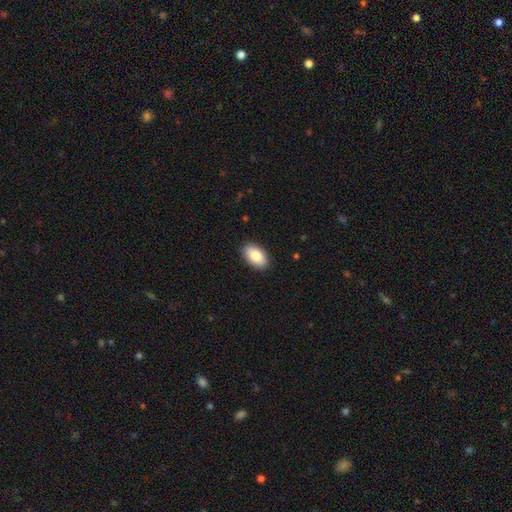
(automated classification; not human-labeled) smooth 85%, featured or disk 9%, star or artifact 6%. Down the decision tree: how rounded — in between (94%); merging — none (90%).